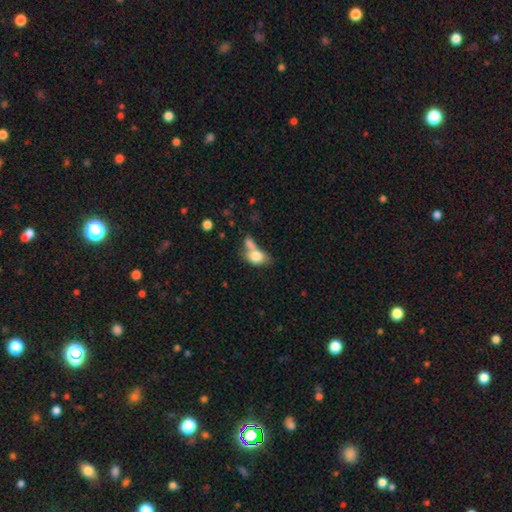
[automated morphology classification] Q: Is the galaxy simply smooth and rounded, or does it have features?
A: smooth — 77%.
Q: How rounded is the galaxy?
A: in between — 72%.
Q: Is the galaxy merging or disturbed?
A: merger — 56%.